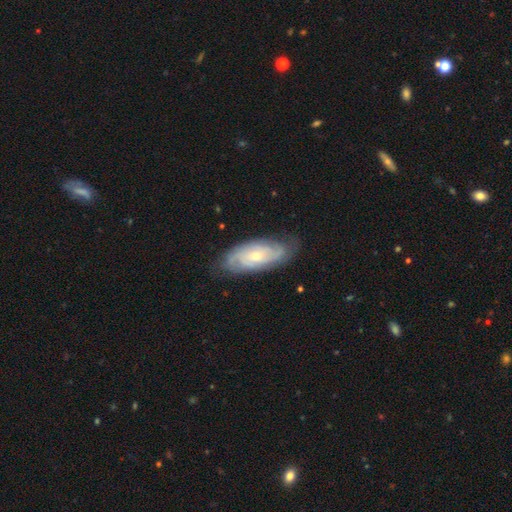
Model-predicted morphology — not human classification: featured or disk 77%, smooth 17%, star or artifact 6%. Down the decision tree: edge-on disk — no (92%); bar — no (72%); spiral arms — yes (94%); spiral arm count — can't tell (35%); spiral winding — tight (65%); bulge size — small (58%); merging — none (79%).